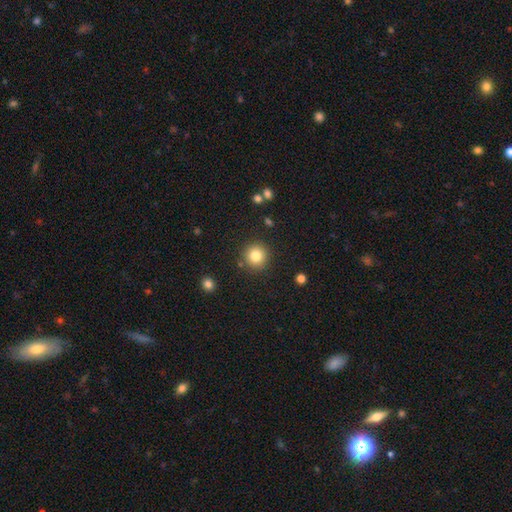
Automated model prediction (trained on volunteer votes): smooth 82%, star or artifact 11%, featured or disk 7%. Down the decision tree: how rounded — round (94%); merging — none (87%).